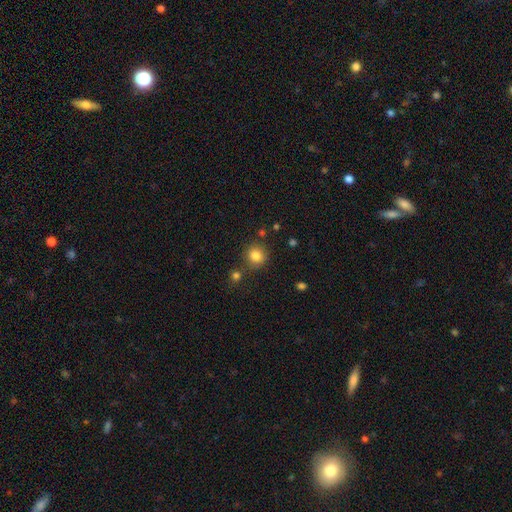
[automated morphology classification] This appears to be a smooth galaxy with no disk features (83%) that is round (87%). Merging: none (76%).